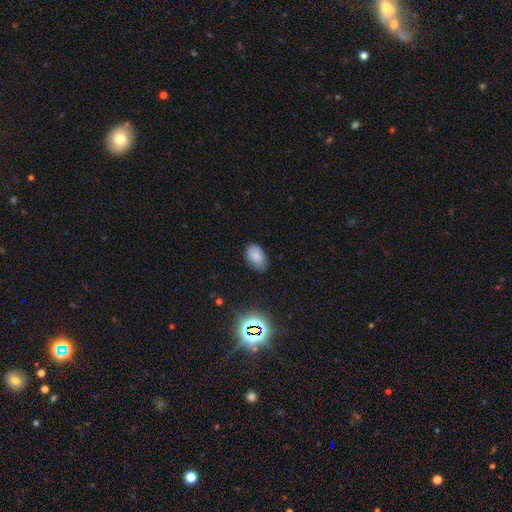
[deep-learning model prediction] Q: Smooth or featured?
A: smooth (81%); runner-up: star or artifact (12%)
Q: How rounded?
A: in between (90%); runner-up: round (9%)
Q: Merging?
A: none (80%); runner-up: minor disturbance (15%)